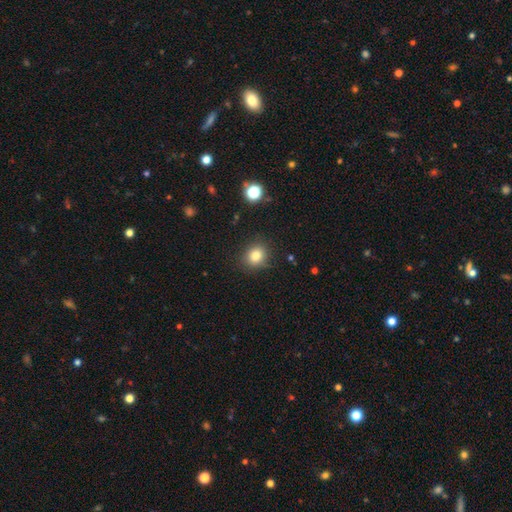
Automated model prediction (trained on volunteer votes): Q: Smooth or featured?
A: smooth (81%); runner-up: star or artifact (12%)
Q: How rounded?
A: round (75%); runner-up: in between (24%)
Q: Merging?
A: none (86%); runner-up: minor disturbance (10%)